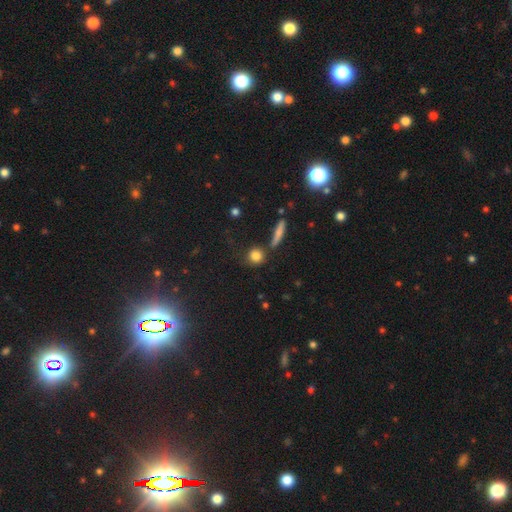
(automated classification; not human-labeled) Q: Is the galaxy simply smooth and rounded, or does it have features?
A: smooth — 81%.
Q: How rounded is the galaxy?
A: round — 83%.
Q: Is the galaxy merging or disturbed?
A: none — 74%.